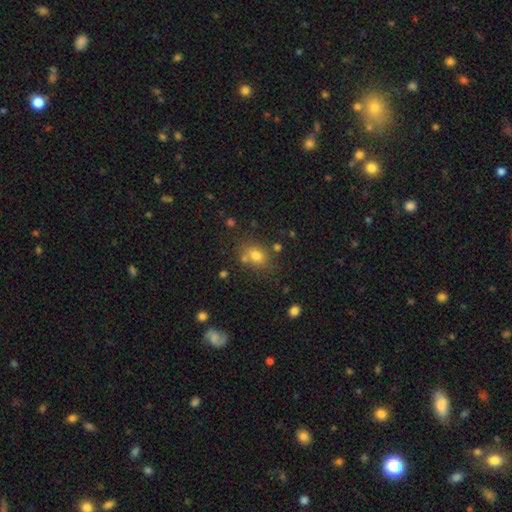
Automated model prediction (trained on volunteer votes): Smooth or featured?
  - smooth: 75% *
  - star or artifact: 15%
  - featured or disk: 11%
How rounded?
  - in between: 52% *
  - round: 47%
  - cigar-shaped: 1%
Merging?
  - none: 66% *
  - minor disturbance: 15%
  - merger: 14%
  - major disturbance: 5%